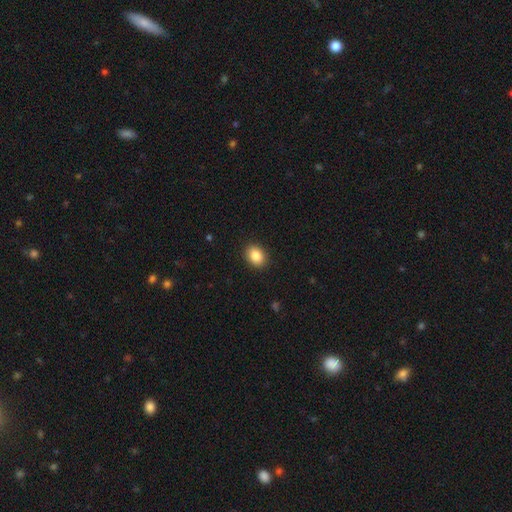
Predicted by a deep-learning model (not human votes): Smooth or featured: smooth — 86% (star or artifact — 8%)
How rounded: in between — 62% (round — 37%)
Merging: none — 91% (minor disturbance — 7%)